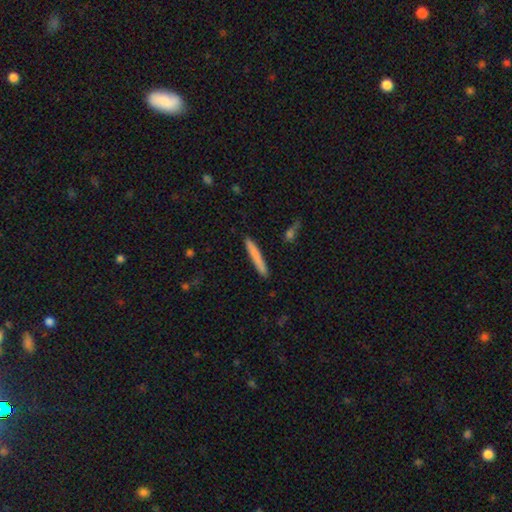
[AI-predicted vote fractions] This appears to be a smooth galaxy with no disk features (77%) that is cigar-shaped (96%). Merging: none (89%).